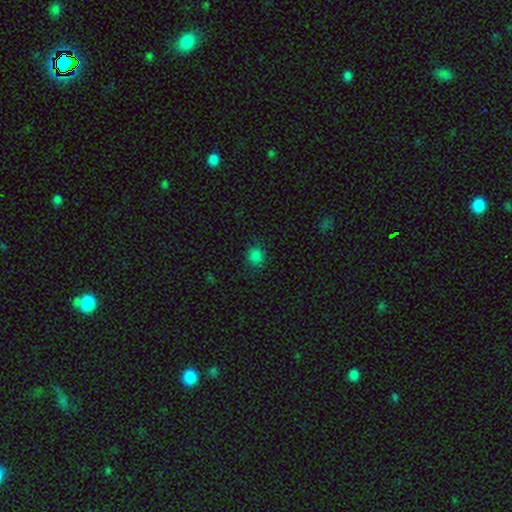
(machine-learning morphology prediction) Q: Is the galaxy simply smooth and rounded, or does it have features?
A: smooth — 83%.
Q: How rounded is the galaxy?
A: round — 82%.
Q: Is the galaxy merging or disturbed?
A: none — 87%.